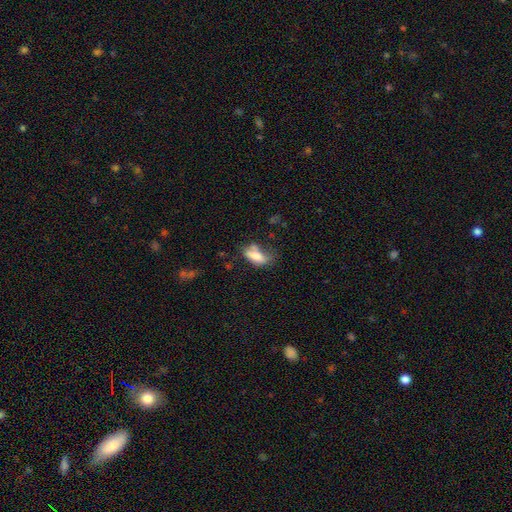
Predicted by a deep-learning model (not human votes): smooth-or-featured: smooth: 71% | featured or disk: 19% | star or artifact: 9%
  how-rounded: in between: 80% | cigar-shaped: 16% | round: 4%
  merging: none: 35% | minor disturbance: 30% | major disturbance: 21% | merger: 13%